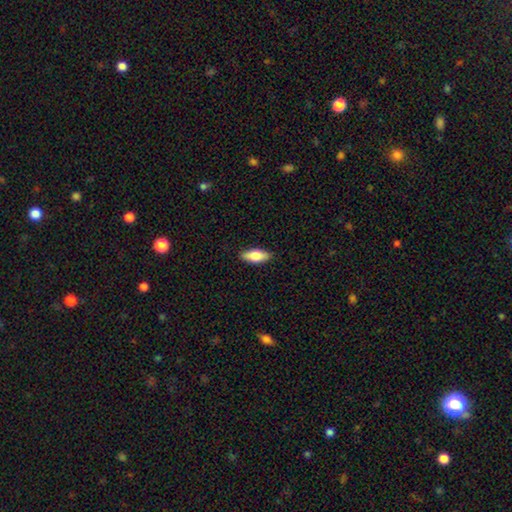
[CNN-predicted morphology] Overall: smooth (74%). How rounded: in between (82%). Merging: none (89%).